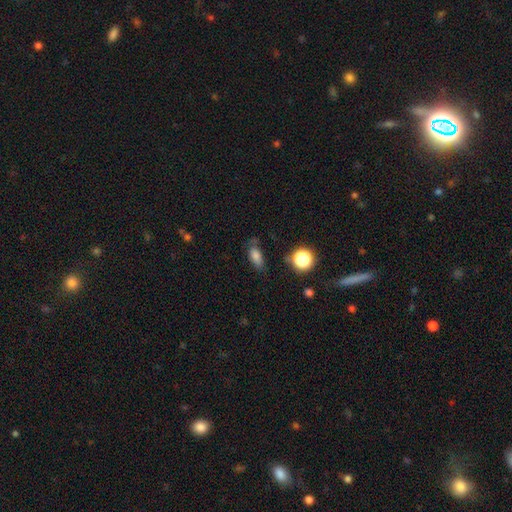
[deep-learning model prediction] The model was most divided on "merging": none: 62%, minor disturbance: 25%, major disturbance: 9%, merger: 4%. More confident: how rounded — in between (82%); smooth or featured — smooth (77%).